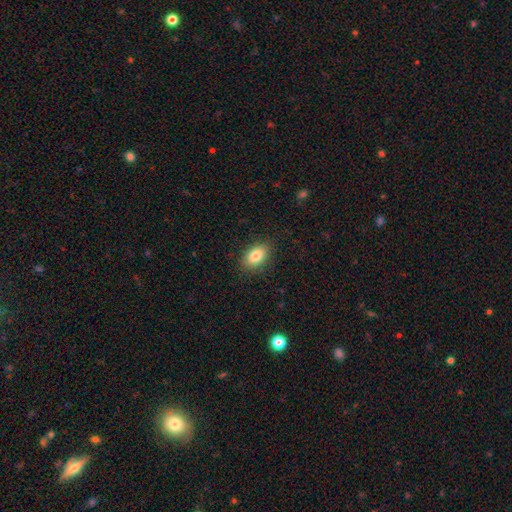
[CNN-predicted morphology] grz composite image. It shows a smooth galaxy with no disk features (84%) that is in between round and cigar-shaped (89%). Merging: none (87%).